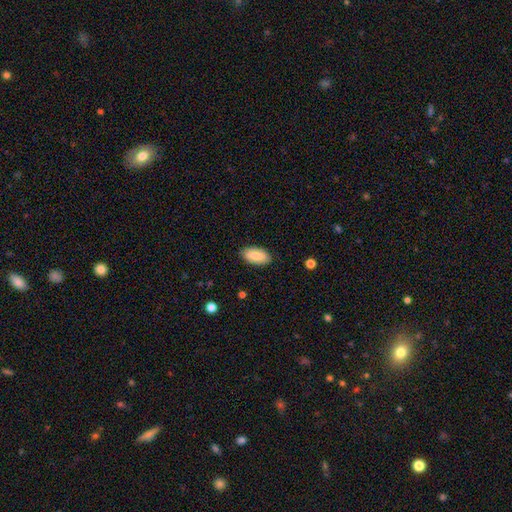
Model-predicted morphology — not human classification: This appears to be a smooth galaxy with no disk features (84%) that is in between round and cigar-shaped (91%). Merging: none (86%).